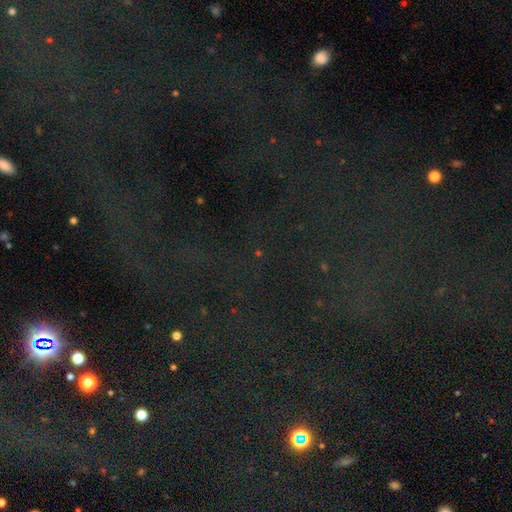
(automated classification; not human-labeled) Morphology: type=star or artifact (77%).